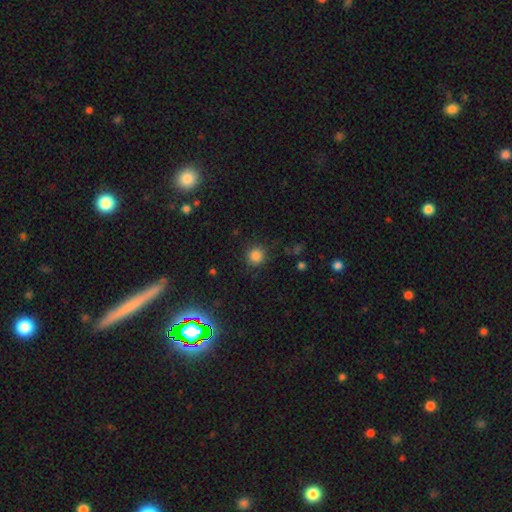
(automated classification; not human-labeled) This appears to be a smooth galaxy with no disk features (83%) that is round (92%). Merging: none (86%).